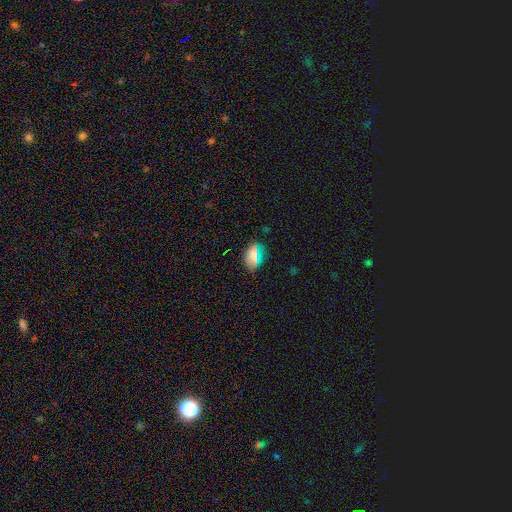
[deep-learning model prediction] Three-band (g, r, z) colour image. It shows a smooth galaxy with no disk features (68%) that is in between round and cigar-shaped (77%). Merging: none (83%).